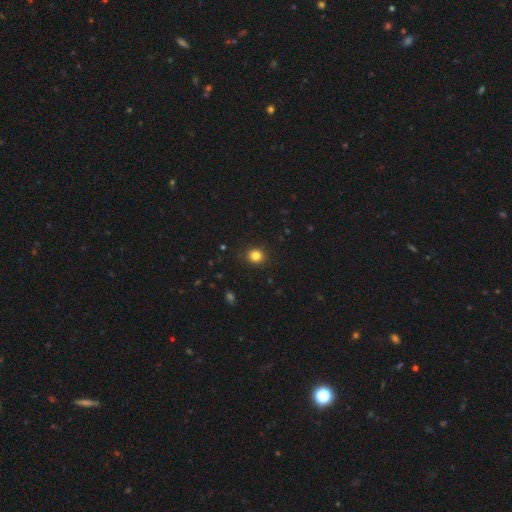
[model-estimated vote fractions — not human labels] Smooth or featured? smooth (83%)
How rounded? round (84%)
Merging? none (90%)